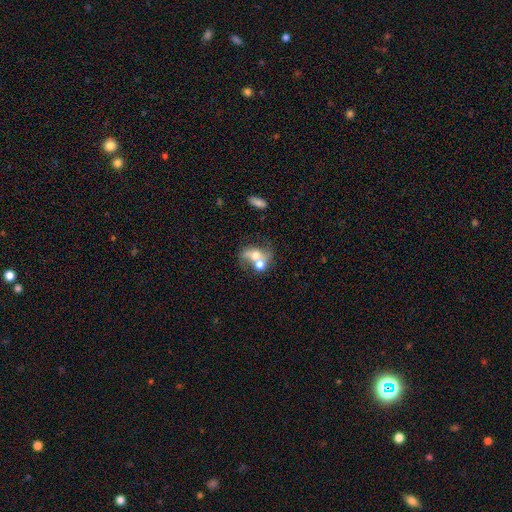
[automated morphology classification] smooth 48%, featured or disk 41%, star or artifact 11%. Down the decision tree: merging — merger (57%).